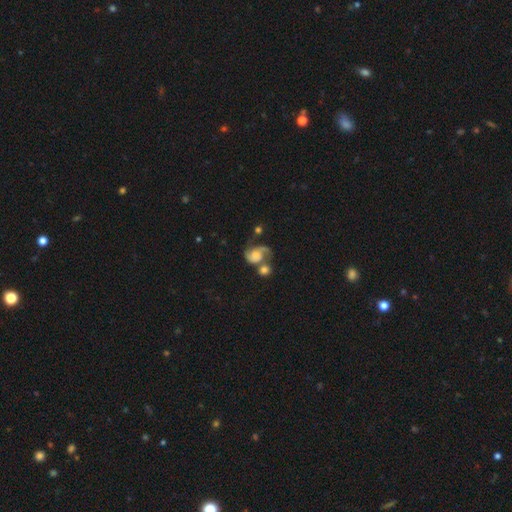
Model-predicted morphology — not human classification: This appears to be a featured or disk galaxy (74%) with no bar (72%), 2 (73%) medium (48%) spiral arms (93%) and a moderate central bulge (38%). Merging: merger (35%).